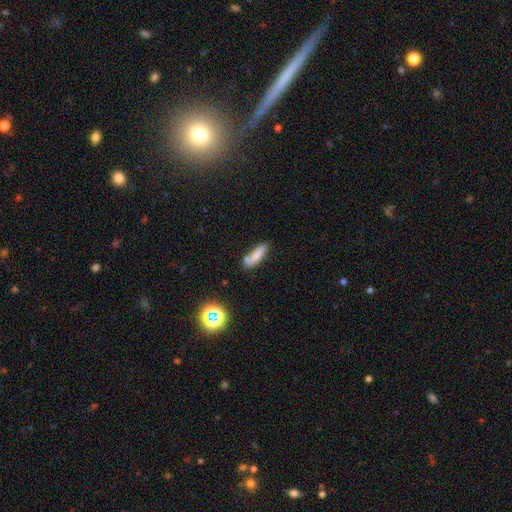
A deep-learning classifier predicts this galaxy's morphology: The model was most divided on "how rounded": cigar-shaped: 59%, in between: 39%, round: 3%. More confident: smooth or featured — smooth (76%); merging — none (67%).